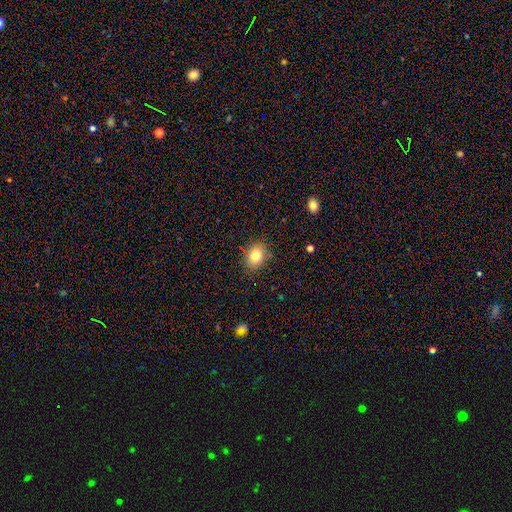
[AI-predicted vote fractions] Morphology: type=smooth (80%); roundness=in between (59%); merging=none (84%).